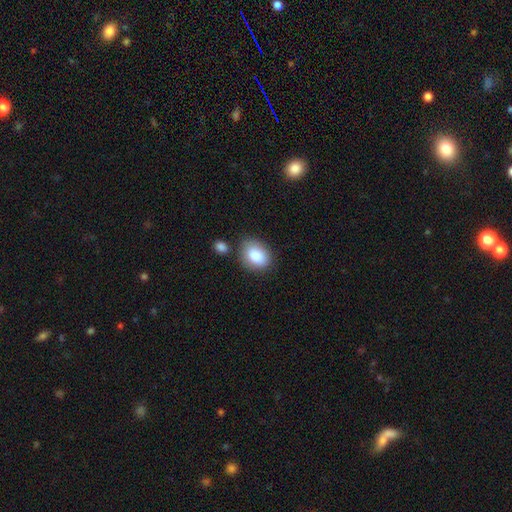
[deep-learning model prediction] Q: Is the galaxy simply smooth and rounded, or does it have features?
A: smooth — 85%.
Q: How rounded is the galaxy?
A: in between — 70%.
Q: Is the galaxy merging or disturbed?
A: none — 71%.